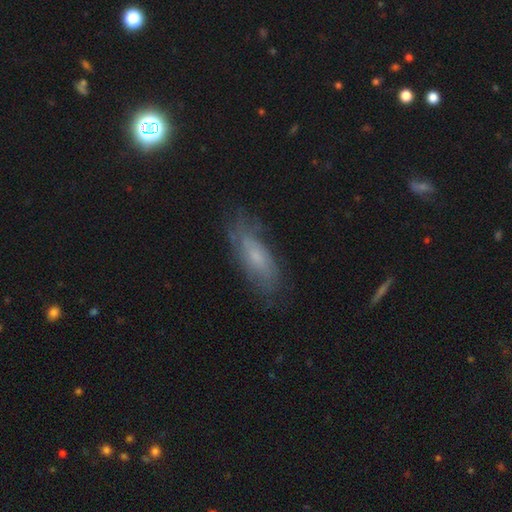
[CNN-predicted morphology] Smooth or featured? smooth (47%)
Merging? none (70%)